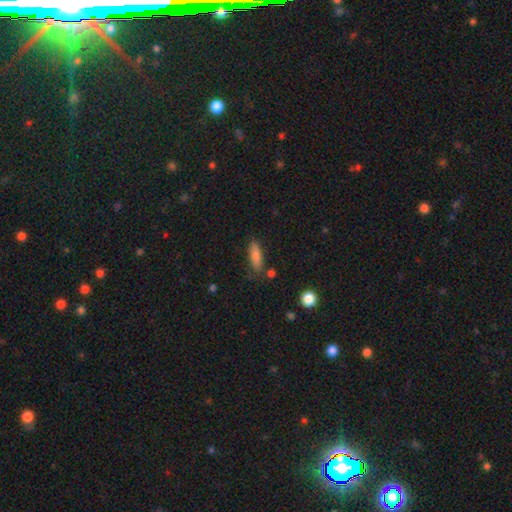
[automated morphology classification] Overall: smooth (77%). How rounded: in between (49%; cigar-shaped 48%). Merging: none (78%).